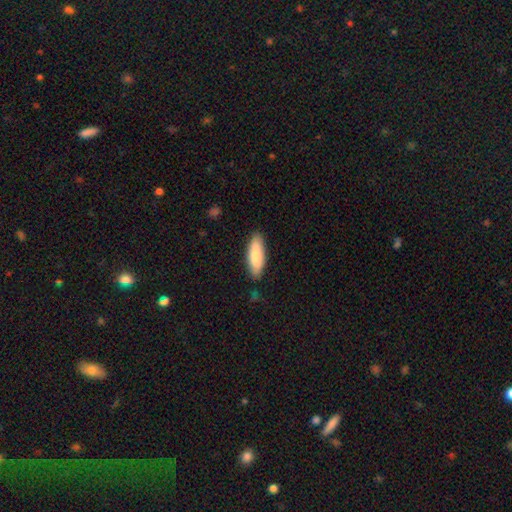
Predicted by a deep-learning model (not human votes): A smooth galaxy with no disk features (80%) that is in between round and cigar-shaped (64%). Merging: none (83%).